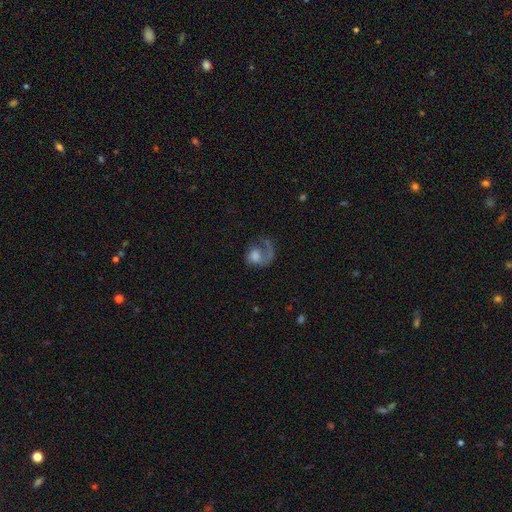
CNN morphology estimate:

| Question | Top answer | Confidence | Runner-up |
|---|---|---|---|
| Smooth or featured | featured or disk | 60% | smooth (31%) |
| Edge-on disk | no | 98% | yes (2%) |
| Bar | no | 79% | weak (18%) |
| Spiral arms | yes | 80% | no (20%) |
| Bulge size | moderate | 31% | large (30%) |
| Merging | major disturbance | 47% | none (33%) |